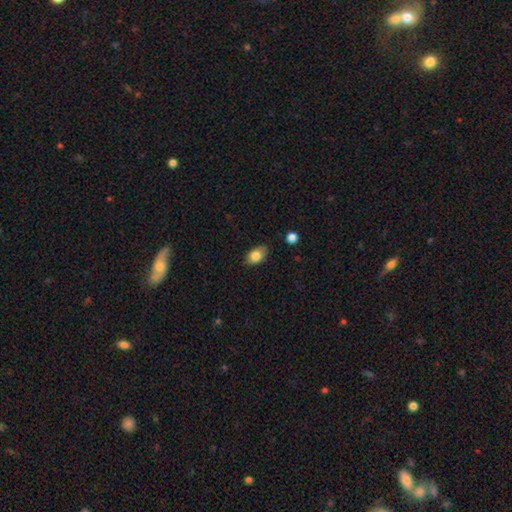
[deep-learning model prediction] Q: Smooth or featured?
A: smooth (82%); runner-up: featured or disk (10%)
Q: How rounded?
A: in between (84%); runner-up: round (14%)
Q: Merging?
A: none (79%); runner-up: minor disturbance (16%)